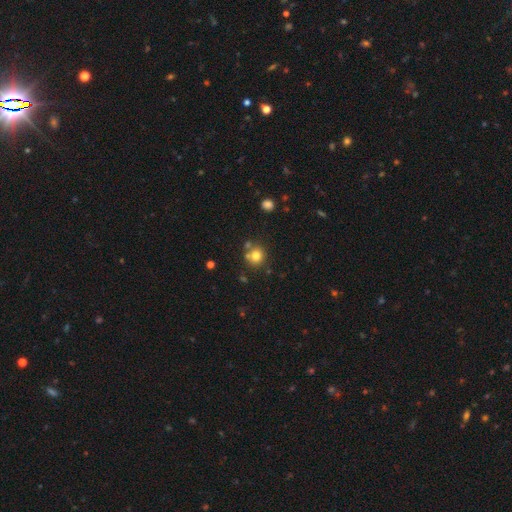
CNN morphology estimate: A smooth galaxy with no disk features (76%) that is round (88%). Merging: none (68%).